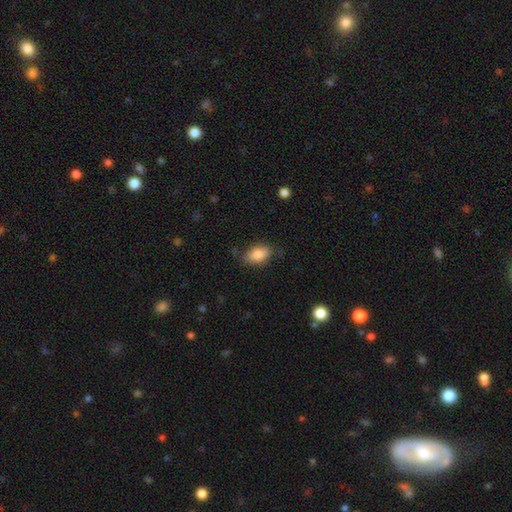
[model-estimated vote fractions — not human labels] Smooth or featured: smooth — 84% (featured or disk — 8%)
How rounded: in between — 89% (round — 8%)
Merging: none — 74% (minor disturbance — 19%)